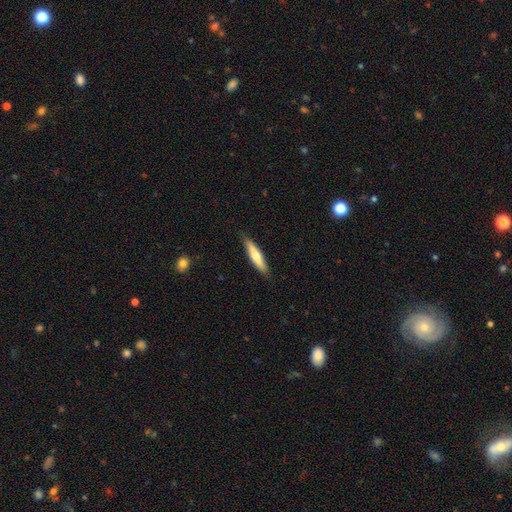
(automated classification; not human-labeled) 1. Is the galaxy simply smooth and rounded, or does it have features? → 59% smooth, 36% featured or disk, 5% star or artifact.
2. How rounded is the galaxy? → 82% cigar-shaped, 17% in between, 2% round.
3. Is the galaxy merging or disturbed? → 87% none, 10% minor disturbance, 2% major disturbance, 1% merger.